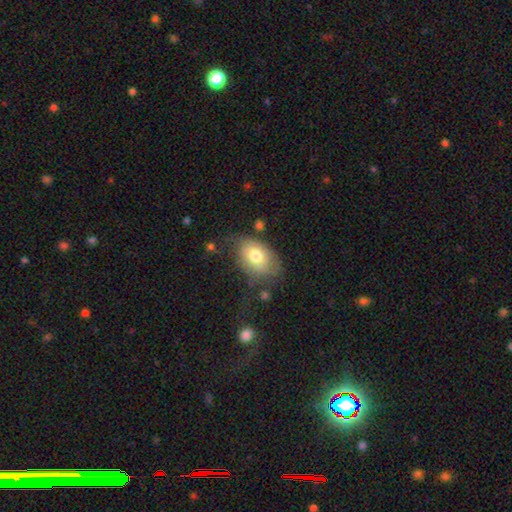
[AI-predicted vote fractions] Smooth or featured? smooth (70%)
How rounded? in between (83%)
Merging? none (52%)